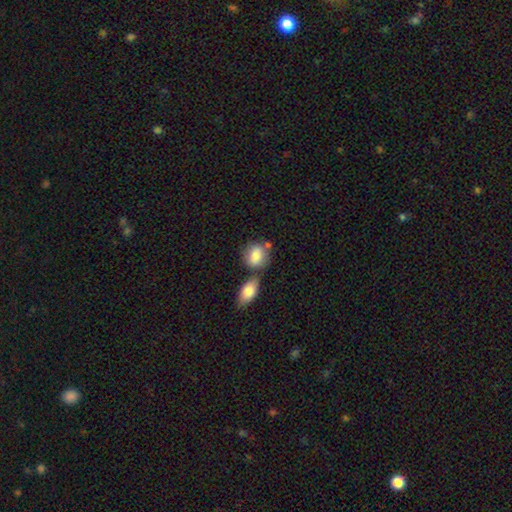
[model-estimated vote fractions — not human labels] The model was most divided on "how rounded": in between: 55%, round: 43%, cigar-shaped: 2%. More confident: smooth or featured — smooth (82%); merging — none (50%).